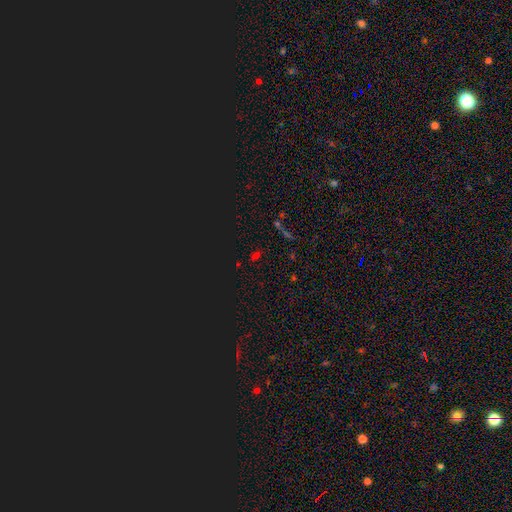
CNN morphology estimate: This appears to be a star or artifact, not a galaxy (62%).